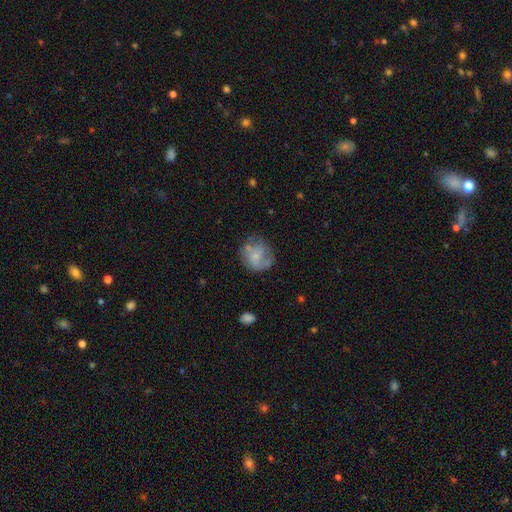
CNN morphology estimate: A featured or disk galaxy (48%). Merging: none (58%).